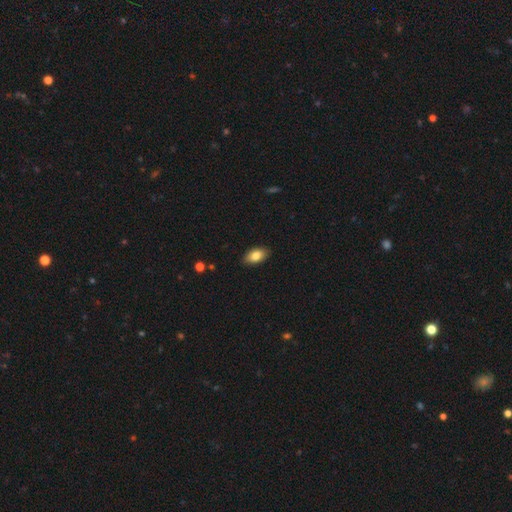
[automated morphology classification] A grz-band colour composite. It shows a smooth galaxy with no disk features (83%) that is in between round and cigar-shaped (92%). Merging: none (87%).